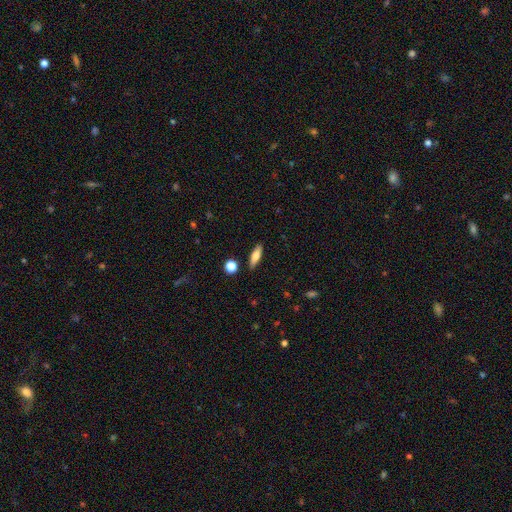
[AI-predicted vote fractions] The model was most divided on "how rounded": in between: 49%, cigar-shaped: 48%, round: 3%. More confident: merging — none (87%); smooth or featured — smooth (71%).